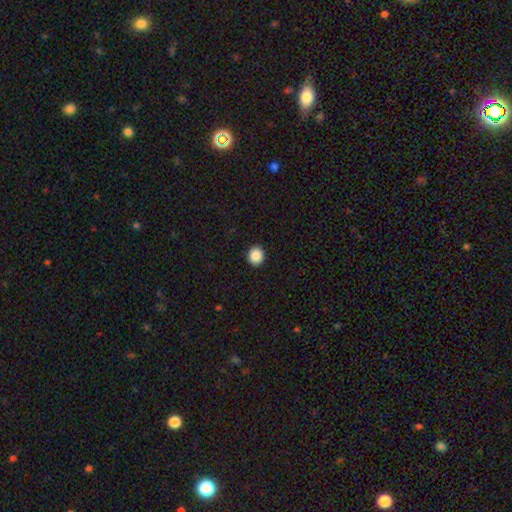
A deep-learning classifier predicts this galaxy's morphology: type=smooth (87%); roundness=round (84%); merging=none (93%).